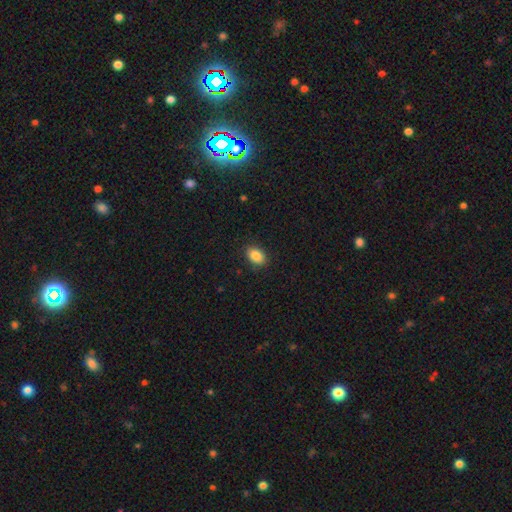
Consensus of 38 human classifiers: smooth-or-featured: smooth: 97% | star or artifact: 3% | featured or disk: 0%
  how-rounded: in between: 81% | round: 19% | cigar-shaped: 0%
  merging: none: 86% | minor disturbance: 11% | major disturbance: 3% | merger: 0%